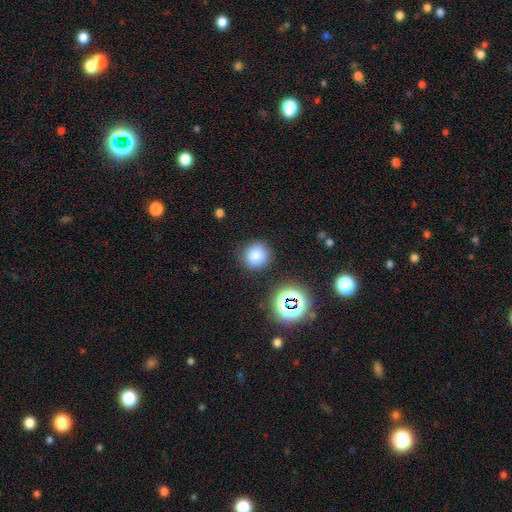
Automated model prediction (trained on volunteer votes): Smooth or featured?
  - smooth: 77% *
  - star or artifact: 16%
  - featured or disk: 7%
How rounded?
  - round: 90% *
  - in between: 9%
  - cigar-shaped: 1%
Merging?
  - none: 86% *
  - minor disturbance: 9%
  - major disturbance: 3%
  - merger: 3%